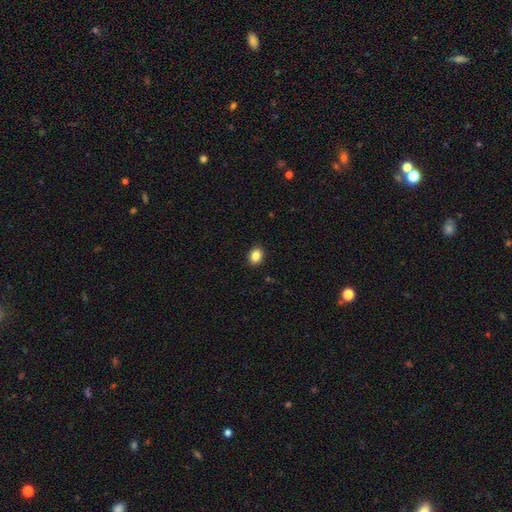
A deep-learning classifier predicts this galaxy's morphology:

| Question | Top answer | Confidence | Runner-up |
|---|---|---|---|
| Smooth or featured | smooth | 86% | star or artifact (9%) |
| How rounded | in between | 56% | round (43%) |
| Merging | none | 91% | minor disturbance (7%) |